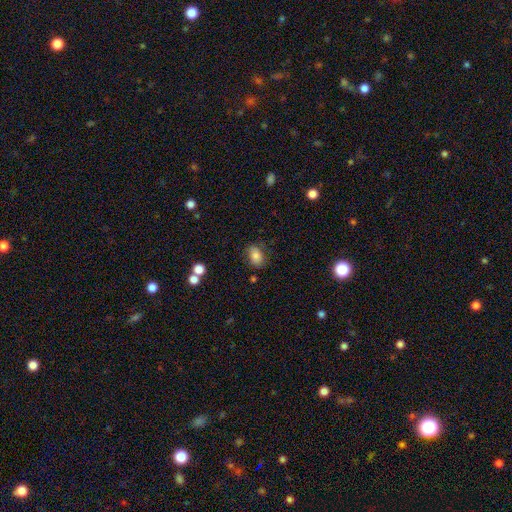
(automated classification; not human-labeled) The model was most divided on "how rounded": in between: 76%, round: 23%, cigar-shaped: 1%. More confident: smooth or featured — smooth (82%); merging — none (73%).